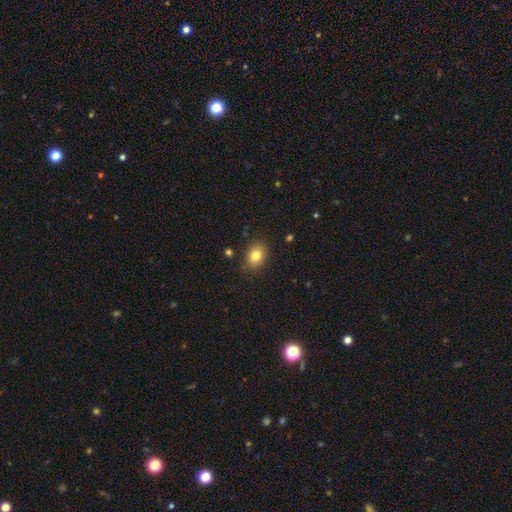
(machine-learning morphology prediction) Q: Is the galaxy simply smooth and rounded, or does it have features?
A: smooth — 82%.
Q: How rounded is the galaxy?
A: in between — 56%.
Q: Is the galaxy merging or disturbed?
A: none — 85%.